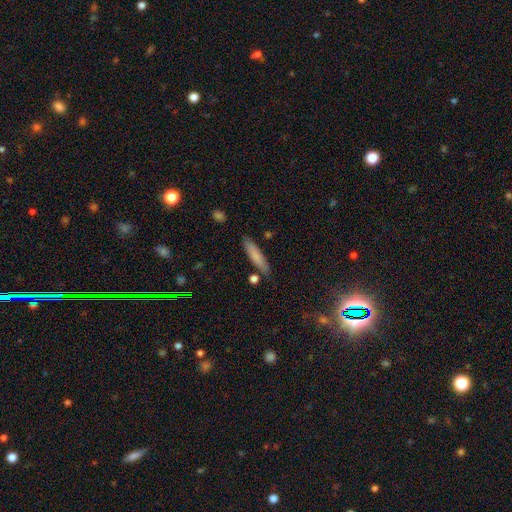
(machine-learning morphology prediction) A smooth galaxy with no disk features (77%) that is cigar-shaped (82%).

Vote fractions:
- Smooth or featured? smooth: 77% / featured or disk: 16% / star or artifact: 7%
- How rounded? cigar-shaped: 82% / in between: 16% / round: 2%
- Merging? none: 84% / minor disturbance: 11% / merger: 4% / major disturbance: 2%